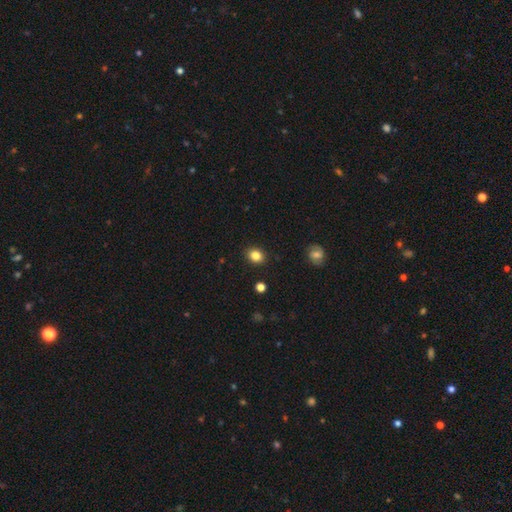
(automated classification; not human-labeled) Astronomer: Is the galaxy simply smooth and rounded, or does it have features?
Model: smooth — 83%.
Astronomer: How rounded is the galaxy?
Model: round — 61% (runner-up: in between, 38%).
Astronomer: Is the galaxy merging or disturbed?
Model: none — 89%.